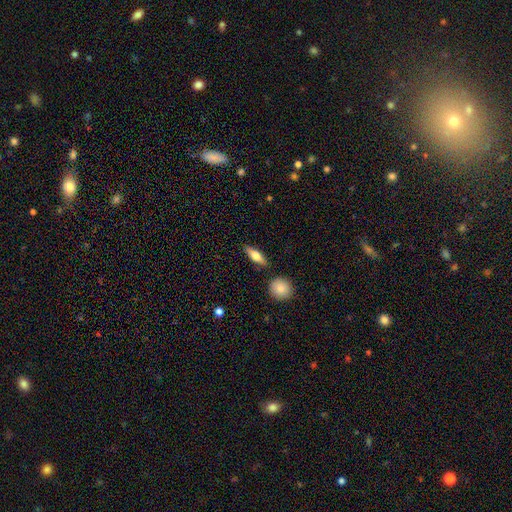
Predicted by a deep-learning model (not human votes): smooth_or_featured: smooth (p=0.62) [alt: featured or disk p=0.32]
how_rounded: in between (p=0.55) [alt: cigar-shaped p=0.40]
merging: none (p=0.85) [alt: minor disturbance p=0.09]